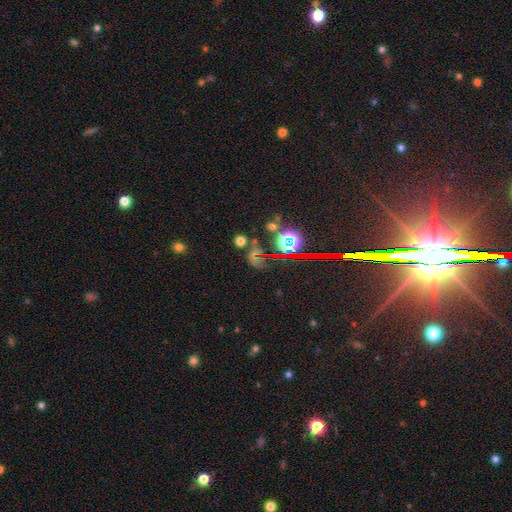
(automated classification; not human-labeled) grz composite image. It shows a star or artifact, not a galaxy (60%).